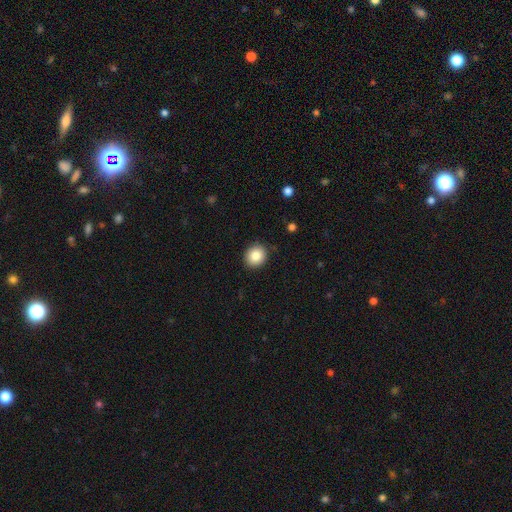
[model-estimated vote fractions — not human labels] Q: Smooth or featured?
A: smooth (85%); runner-up: star or artifact (9%)
Q: How rounded?
A: round (79%); runner-up: in between (20%)
Q: Merging?
A: none (89%); runner-up: minor disturbance (8%)